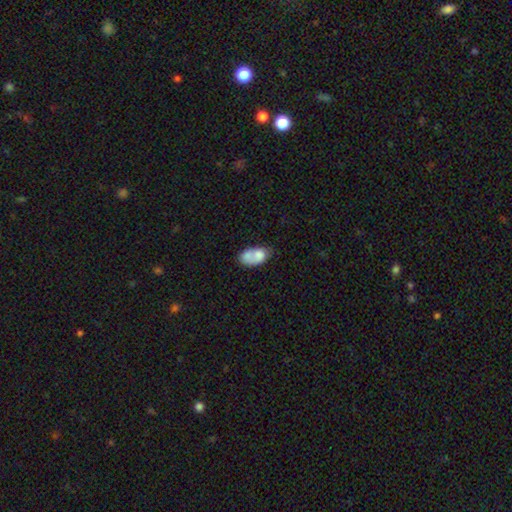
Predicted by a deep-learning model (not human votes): This appears to be a smooth galaxy with no disk features (71%) that is in between round and cigar-shaped (88%). Merging: merger (39%).